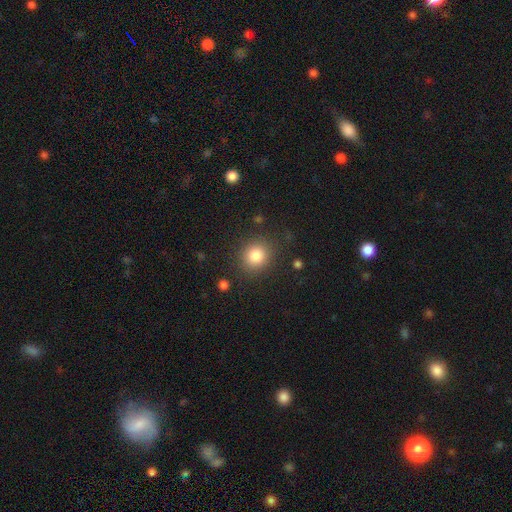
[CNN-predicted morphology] This appears to be a smooth galaxy with no disk features (83%) that is round (81%). Merging: none (85%).